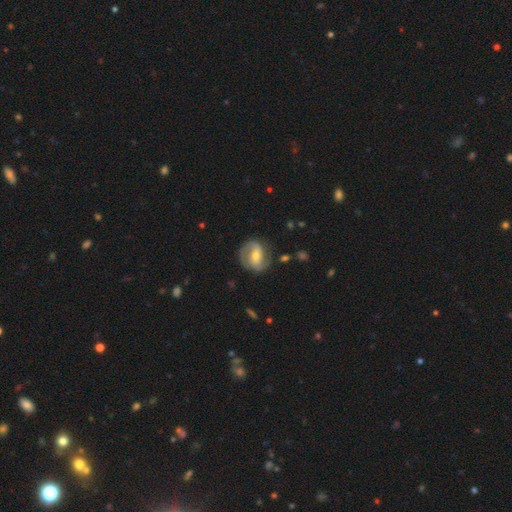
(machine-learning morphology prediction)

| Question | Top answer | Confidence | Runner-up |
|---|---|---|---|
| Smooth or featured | featured or disk | 77% | smooth (18%) |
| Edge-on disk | no | 97% | yes (3%) |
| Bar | weak | 42% | strong (30%) |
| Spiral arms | yes | 91% | no (9%) |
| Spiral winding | medium | 47% | tight (30%) |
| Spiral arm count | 2 | 83% | can't tell (7%) |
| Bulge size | moderate | 49% | small (44%) |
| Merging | none | 74% | minor disturbance (17%) |